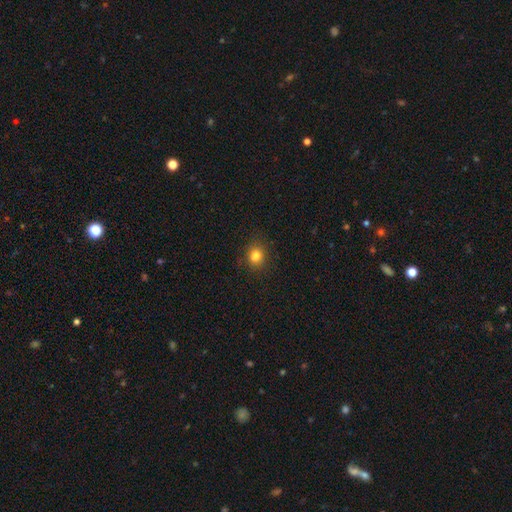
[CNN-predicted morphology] Smooth or featured: smooth — 82% (star or artifact — 13%)
How rounded: round — 68% (in between — 31%)
Merging: none — 86% (minor disturbance — 10%)